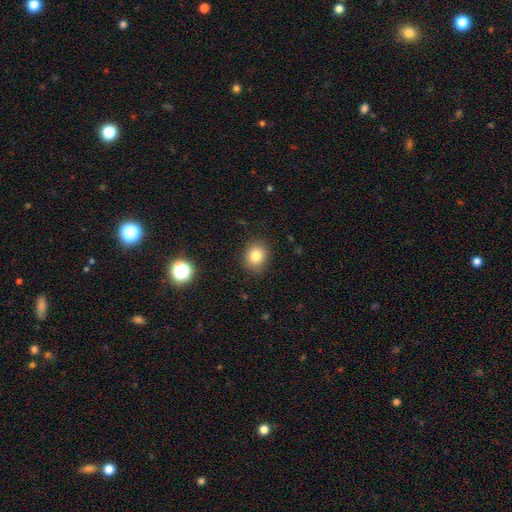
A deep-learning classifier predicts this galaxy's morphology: smooth 81%, star or artifact 11%, featured or disk 7%. Down the decision tree: how rounded — round (69%); merging — none (86%).